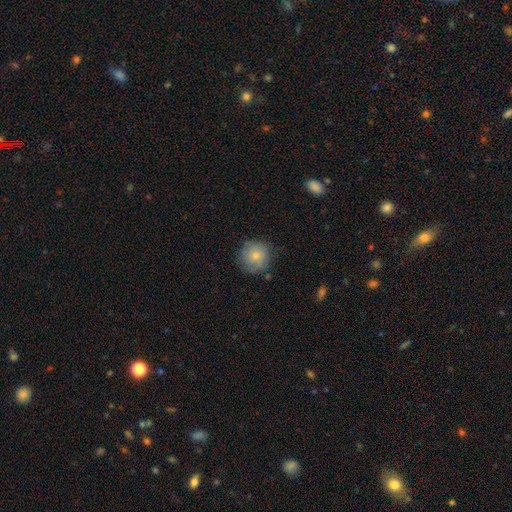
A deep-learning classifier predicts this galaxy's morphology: The model was most divided on "smooth or featured": smooth: 74%, featured or disk: 18%, star or artifact: 8%. More confident: how rounded — round (93%); merging — none (75%).